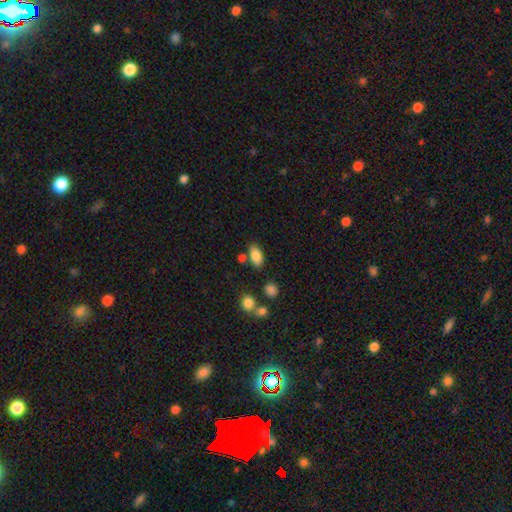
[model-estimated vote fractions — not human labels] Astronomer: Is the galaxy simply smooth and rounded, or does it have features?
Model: smooth — 84%.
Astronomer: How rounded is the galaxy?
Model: in between — 90%.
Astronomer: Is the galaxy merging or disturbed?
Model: none — 71%.